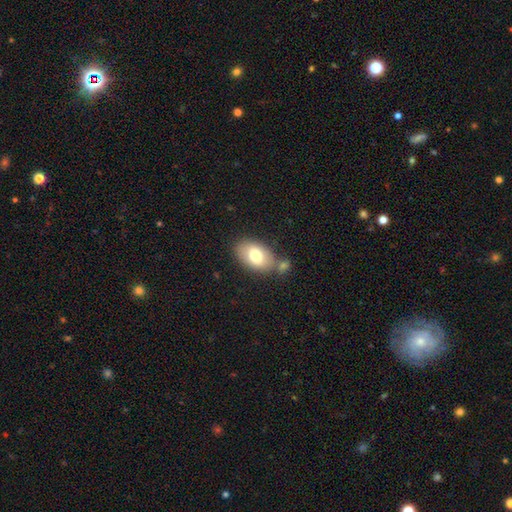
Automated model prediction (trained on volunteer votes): Smooth or featured? smooth (74%)
How rounded? in between (89%)
Merging? none (64%)